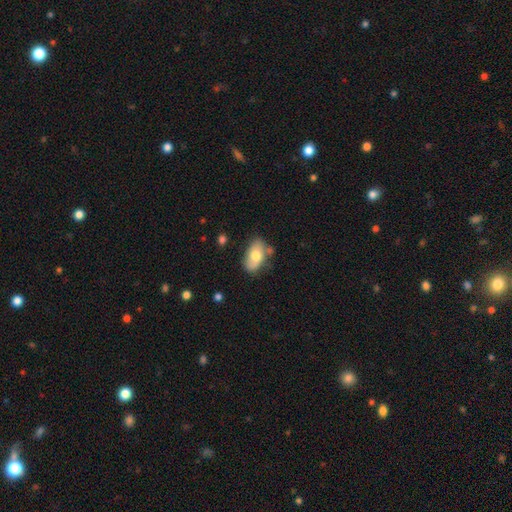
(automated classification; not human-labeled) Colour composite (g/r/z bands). It shows a smooth galaxy with no disk features (68%) that is in between round and cigar-shaped (92%). Merging: none (60%).